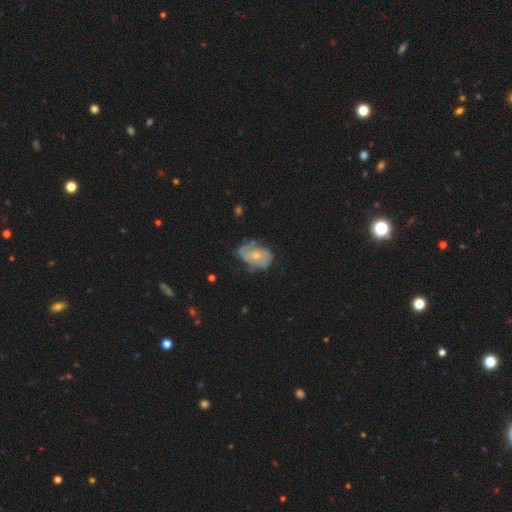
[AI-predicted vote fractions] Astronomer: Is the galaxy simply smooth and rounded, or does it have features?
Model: featured or disk — 57% (runner-up: smooth, 36%).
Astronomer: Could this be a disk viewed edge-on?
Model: no — 96%.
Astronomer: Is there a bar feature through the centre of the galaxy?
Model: no — 78%.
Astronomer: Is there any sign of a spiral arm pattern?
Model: yes — 70%.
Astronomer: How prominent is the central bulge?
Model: small — 53% (runner-up: moderate, 42%).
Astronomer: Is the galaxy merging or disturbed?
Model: none — 54% (runner-up: minor disturbance, 32%).